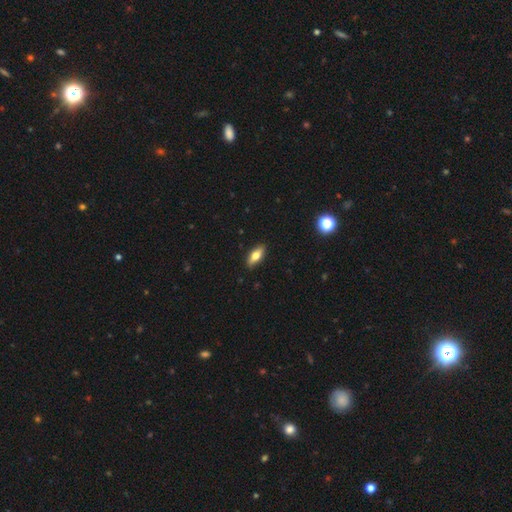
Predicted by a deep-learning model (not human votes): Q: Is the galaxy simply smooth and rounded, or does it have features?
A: smooth — 67%.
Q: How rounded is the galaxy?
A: in between — 71%.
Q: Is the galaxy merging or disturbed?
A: none — 89%.